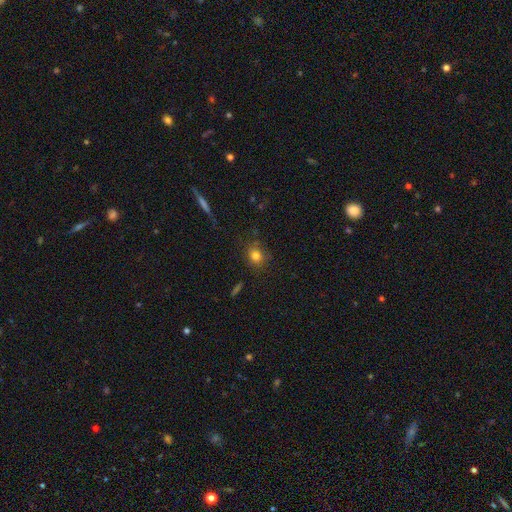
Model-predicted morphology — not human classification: Q: Smooth or featured?
A: smooth (79%); runner-up: star or artifact (13%)
Q: How rounded?
A: round (72%); runner-up: in between (27%)
Q: Merging?
A: none (81%); runner-up: minor disturbance (13%)